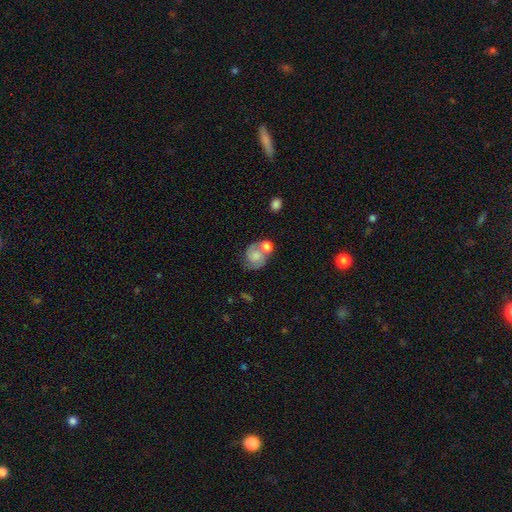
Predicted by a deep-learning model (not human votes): Smooth or featured? Predicted: featured or disk (p=0.51). Edge-on disk? Predicted: no (p=0.97). Merging? Predicted: none (p=0.40).